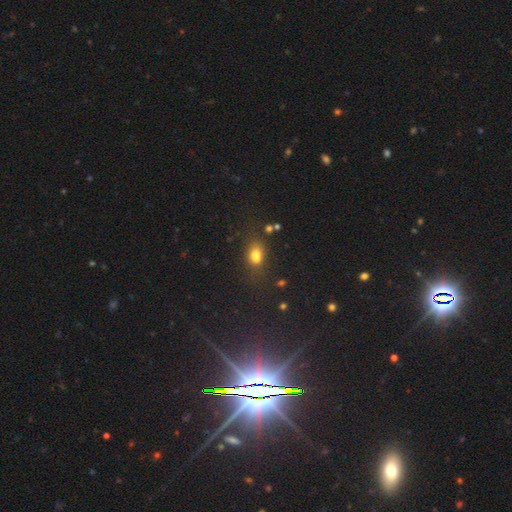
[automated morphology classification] smooth_or_featured: smooth (p=0.75) [alt: star or artifact p=0.15]
how_rounded: in between (p=0.76) [alt: round p=0.20]
merging: none (p=0.63) [alt: minor disturbance p=0.18]